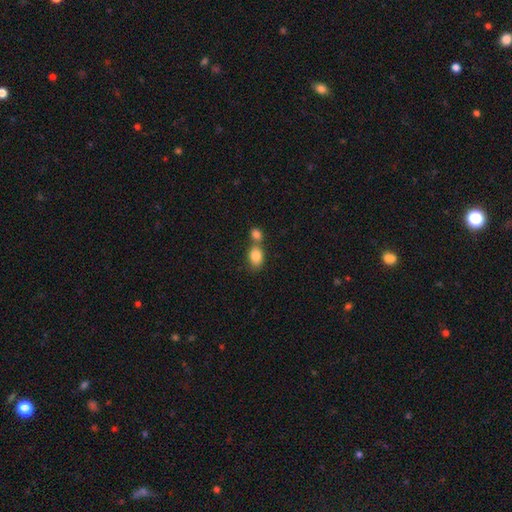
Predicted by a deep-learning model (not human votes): This is clearly a smooth galaxy (83%). How rounded: likely in between (72%). Merging: possibly merger (54%).